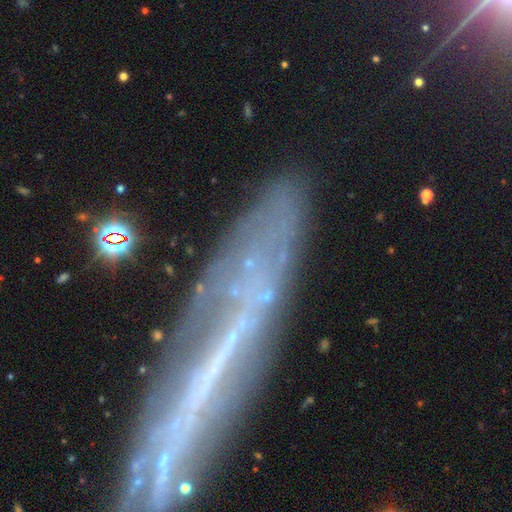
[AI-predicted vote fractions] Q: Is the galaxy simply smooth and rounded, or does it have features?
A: featured or disk — 60%.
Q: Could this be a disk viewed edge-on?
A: yes — 65%.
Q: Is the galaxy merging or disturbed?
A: none — 67%.